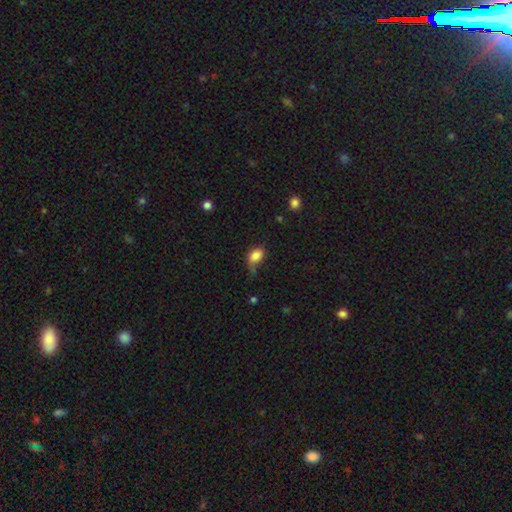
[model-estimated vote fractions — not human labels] This is clearly a smooth galaxy (82%). How rounded: likely in between (77%). Merging: marginally none (40%).